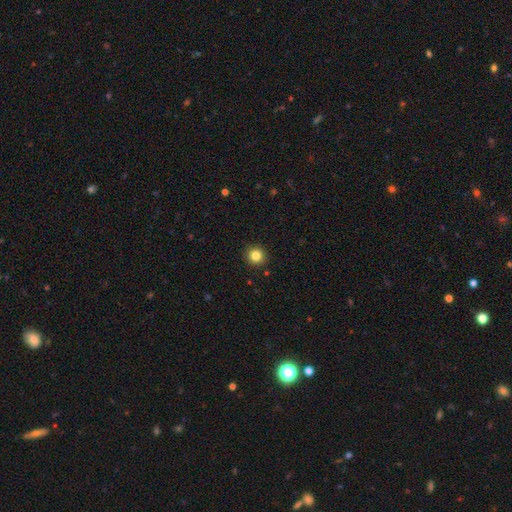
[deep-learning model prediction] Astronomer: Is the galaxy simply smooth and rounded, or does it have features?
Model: smooth — 84%.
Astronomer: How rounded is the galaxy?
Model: round — 94%.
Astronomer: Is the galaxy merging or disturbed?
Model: none — 93%.